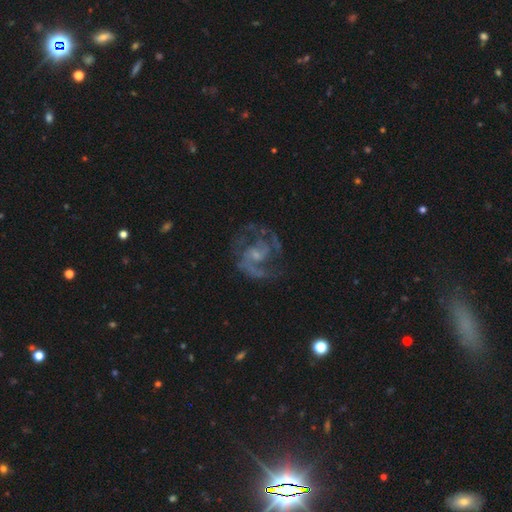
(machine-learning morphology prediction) Overall: featured or disk (86%). Edge-on disk: no (98%). Bar: no (49%; weak 42%). Spiral arms: yes (93%). Spiral arm count: 2 (73%). Spiral winding: medium (57%; tight 23%). Bulge size: small (56%; moderate 23%). Merging: none (66%).